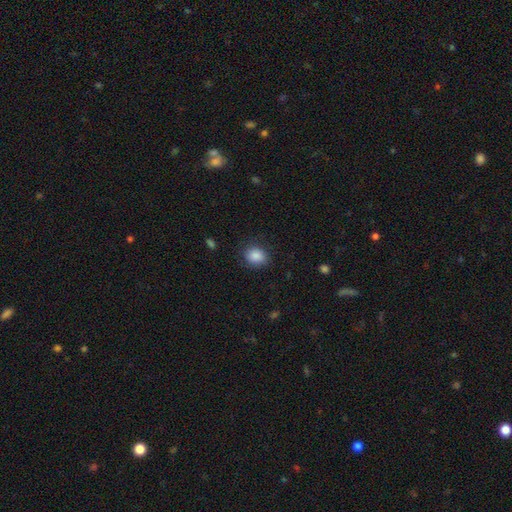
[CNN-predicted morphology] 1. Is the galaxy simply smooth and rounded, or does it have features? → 87% smooth, 8% star or artifact, 5% featured or disk.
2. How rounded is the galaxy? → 56% round, 43% in between, 1% cigar-shaped.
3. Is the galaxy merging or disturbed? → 79% none, 15% minor disturbance, 4% major disturbance, 1% merger.